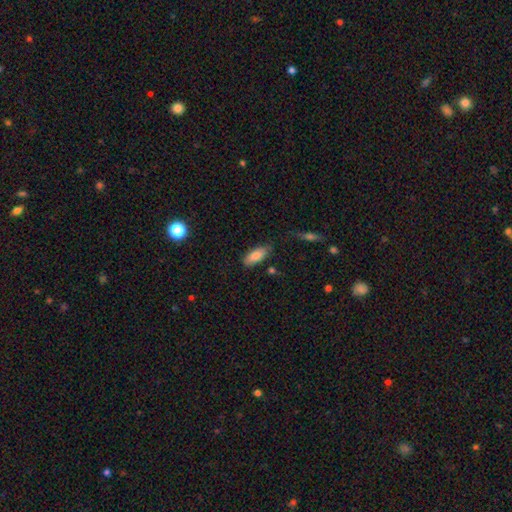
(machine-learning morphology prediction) Smooth or featured? Predicted: smooth (p=0.83). How rounded? Predicted: in between (p=0.81). Merging? Predicted: none (p=0.76).